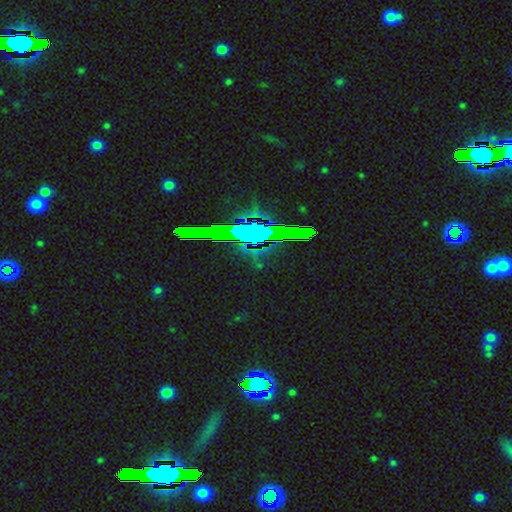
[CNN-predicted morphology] This appears to be a star or artifact, not a galaxy (76%).